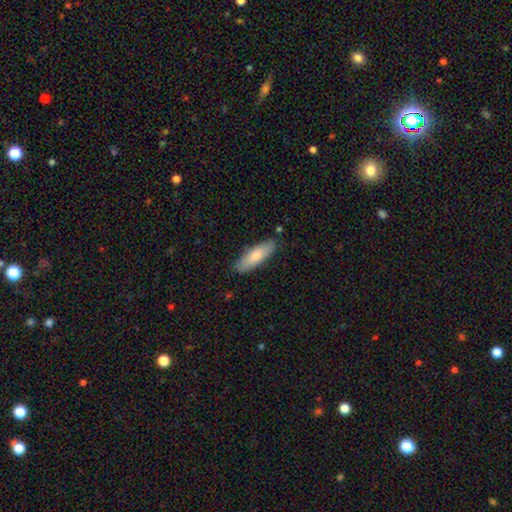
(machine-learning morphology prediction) The model was most divided on "how rounded": in between: 51%, cigar-shaped: 47%, round: 2%. More confident: merging — none (84%); smooth or featured — smooth (75%).